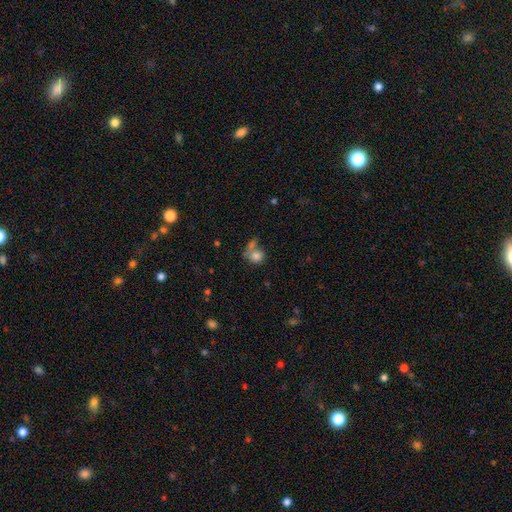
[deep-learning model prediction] Smooth or featured? smooth (79%)
How rounded? round (69%)
Merging? none (39%)